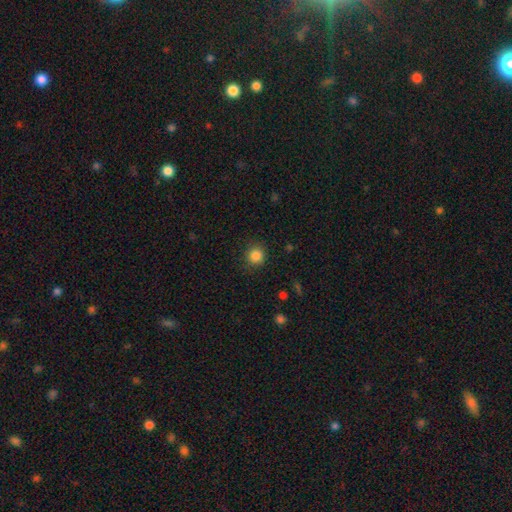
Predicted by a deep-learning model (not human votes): This is clearly a smooth galaxy (85%). How rounded: clearly round (91%). Merging: clearly none (88%).